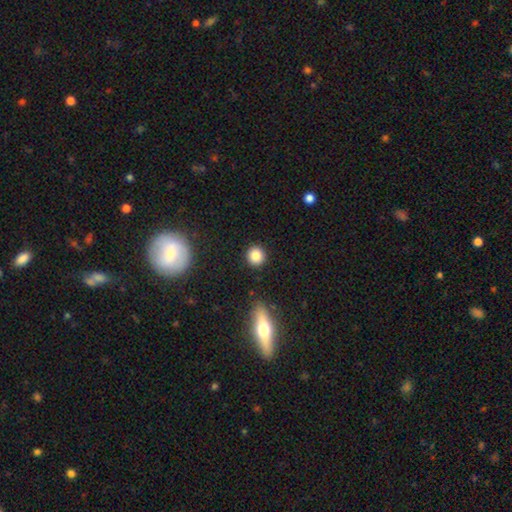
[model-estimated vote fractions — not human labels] Smooth or featured?
  - smooth: 84% *
  - star or artifact: 10%
  - featured or disk: 5%
How rounded?
  - round: 90% *
  - in between: 9%
  - cigar-shaped: 1%
Merging?
  - none: 89% *
  - minor disturbance: 7%
  - major disturbance: 2%
  - merger: 2%